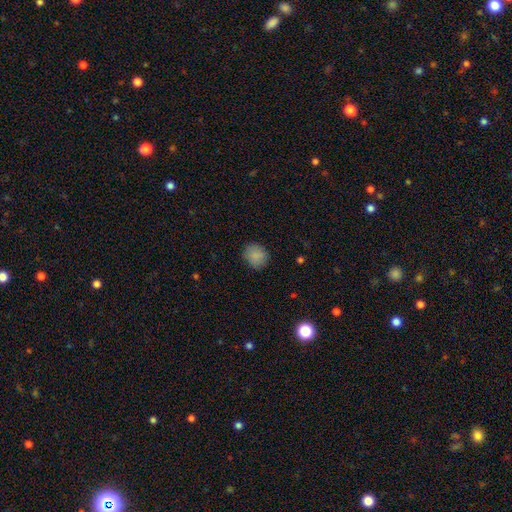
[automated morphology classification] Smooth or featured: smooth — 86% (star or artifact — 9%)
How rounded: round — 76% (in between — 23%)
Merging: none — 85% (minor disturbance — 11%)